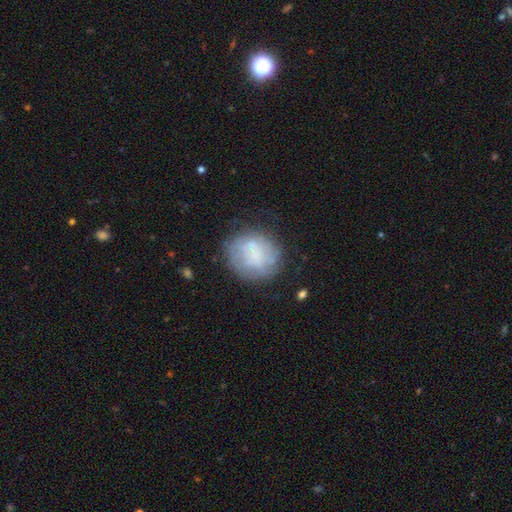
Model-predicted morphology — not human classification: This appears to be a smooth galaxy with no disk features (53%) that is round (80%). Merging: none (63%).